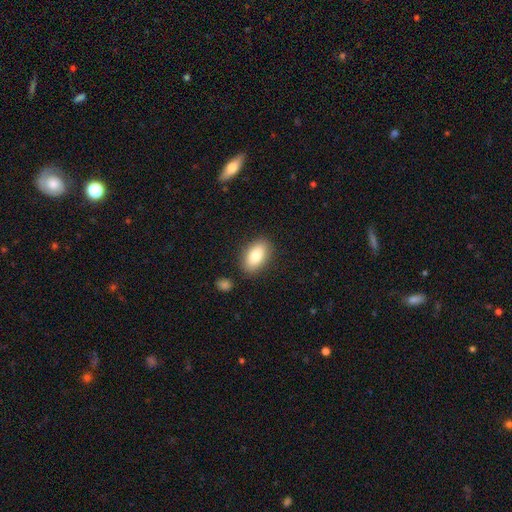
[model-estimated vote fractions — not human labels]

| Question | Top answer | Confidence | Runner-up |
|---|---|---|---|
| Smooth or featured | smooth | 84% | featured or disk (9%) |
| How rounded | in between | 92% | round (5%) |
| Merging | none | 84% | minor disturbance (11%) |